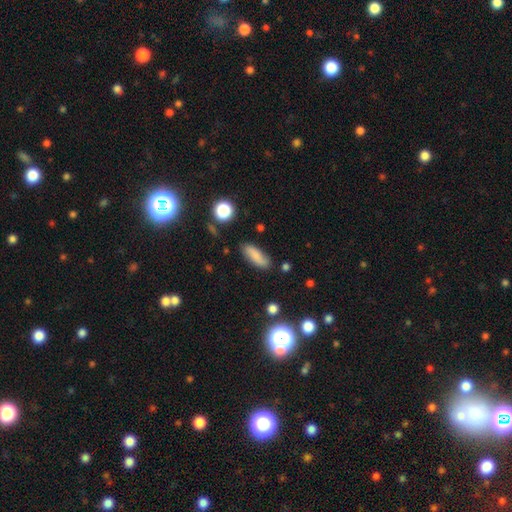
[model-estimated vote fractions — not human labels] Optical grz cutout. It shows a smooth galaxy with no disk features (77%) that is in between round and cigar-shaped (63%). Merging: none (79%).